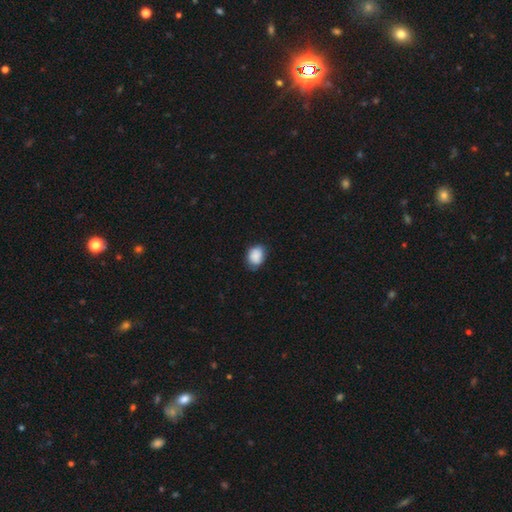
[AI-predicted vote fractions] Q: Smooth or featured?
A: smooth (83%); runner-up: featured or disk (9%)
Q: How rounded?
A: in between (54%); runner-up: round (45%)
Q: Merging?
A: none (68%); runner-up: minor disturbance (26%)